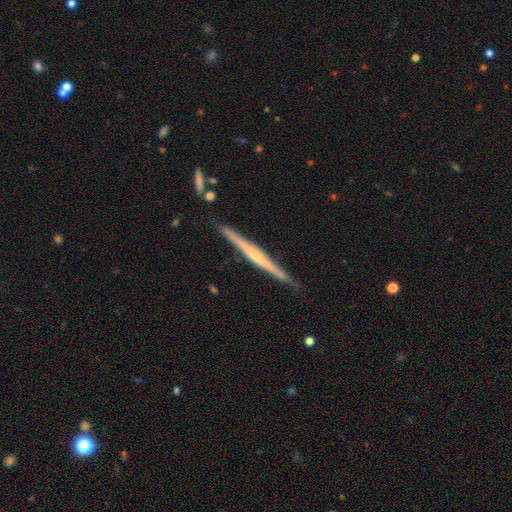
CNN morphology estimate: Overall: featured or disk (77%). Edge-on disk: yes (98%). Edge-on bulge: rounded (57%; none 36%). Merging: none (88%).